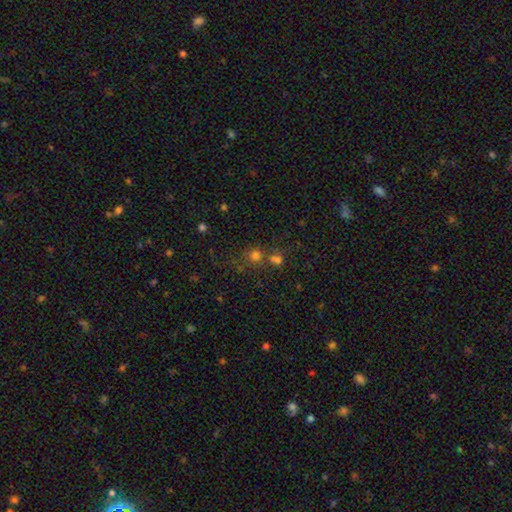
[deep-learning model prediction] The model was most divided on "merging": none: 59%, merger: 29%, minor disturbance: 8%, major disturbance: 4%. More confident: how rounded — round (87%); smooth or featured — smooth (64%).